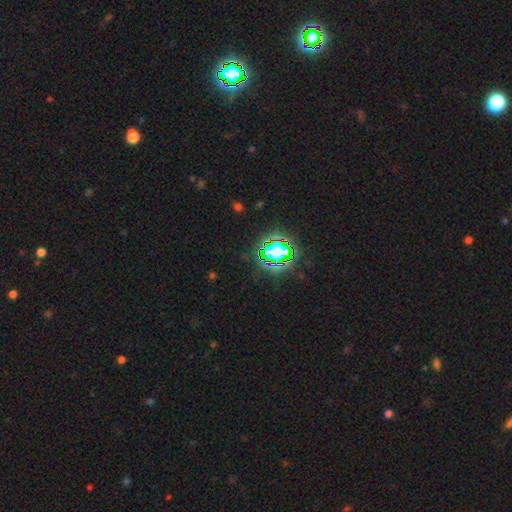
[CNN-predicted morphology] star or artifact 81%, smooth 13%, featured or disk 7%.